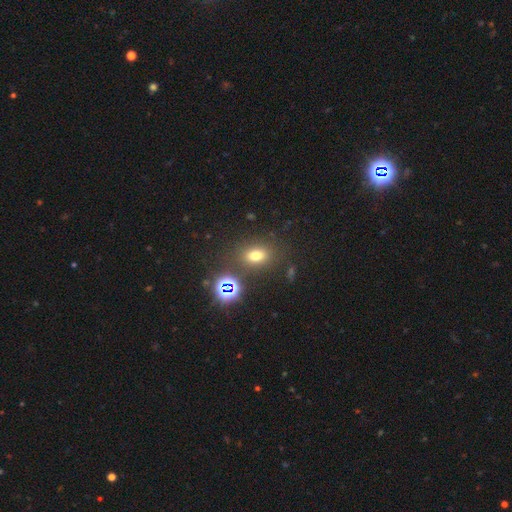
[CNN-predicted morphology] type=smooth (65%); roundness=in between (63%); merging=none (78%).